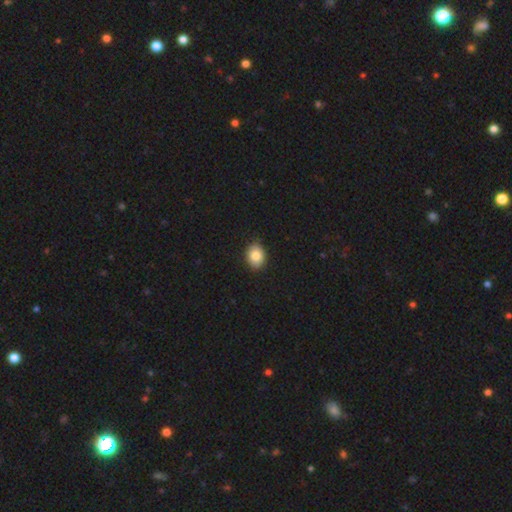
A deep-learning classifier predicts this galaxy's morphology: smooth 83%, featured or disk 9%, star or artifact 9%. Down the decision tree: how rounded — in between (61%); merging — none (87%).